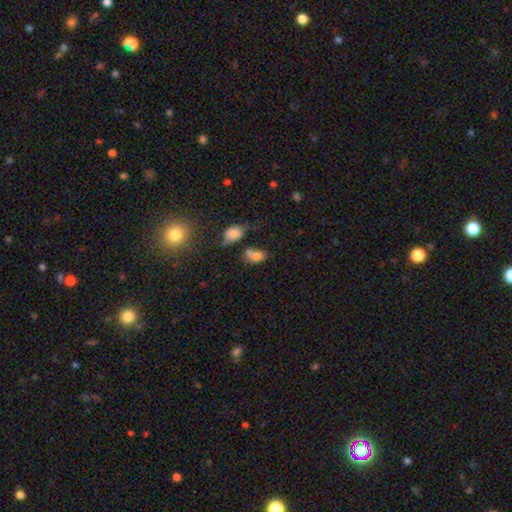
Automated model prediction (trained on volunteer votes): Q: Smooth or featured?
A: smooth (75%); runner-up: star or artifact (13%)
Q: How rounded?
A: in between (81%); runner-up: round (17%)
Q: Merging?
A: none (35%); tied with: merger (35%)